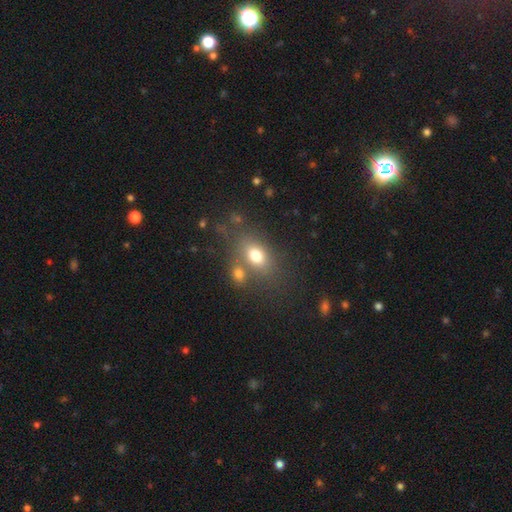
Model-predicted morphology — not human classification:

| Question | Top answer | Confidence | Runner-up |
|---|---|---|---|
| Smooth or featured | smooth | 75% | featured or disk (13%) |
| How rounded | in between | 74% | round (24%) |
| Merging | none | 58% | merger (22%) |